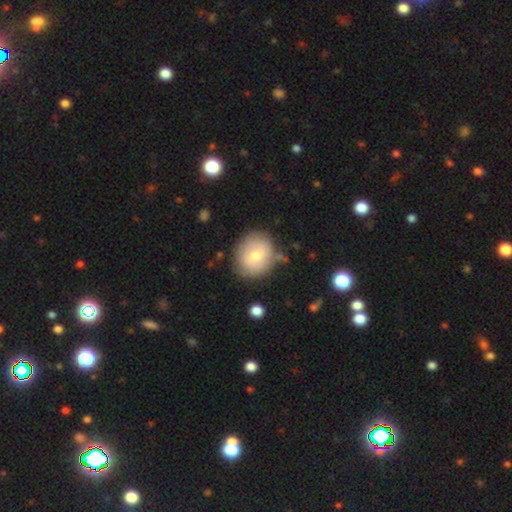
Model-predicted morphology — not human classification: type=smooth (66%); roundness=round (78%); merging=none (77%).